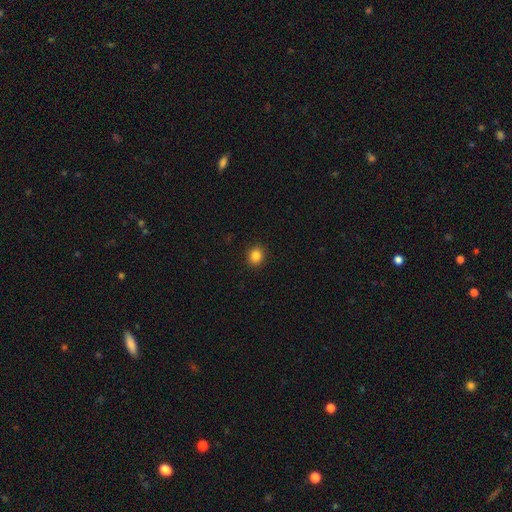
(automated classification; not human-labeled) Smooth or featured?
  - smooth: 84% *
  - star or artifact: 11%
  - featured or disk: 5%
How rounded?
  - round: 76% *
  - in between: 23%
  - cigar-shaped: 1%
Merging?
  - none: 92% *
  - minor disturbance: 6%
  - major disturbance: 2%
  - merger: 1%